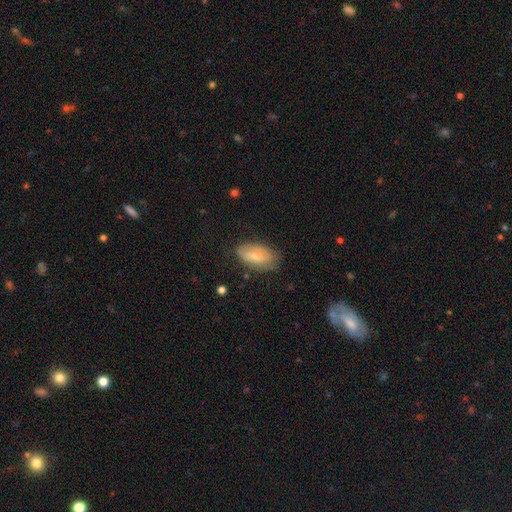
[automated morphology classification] smooth 72%, featured or disk 21%, star or artifact 7%. Down the decision tree: how rounded — in between (93%); merging — none (70%).